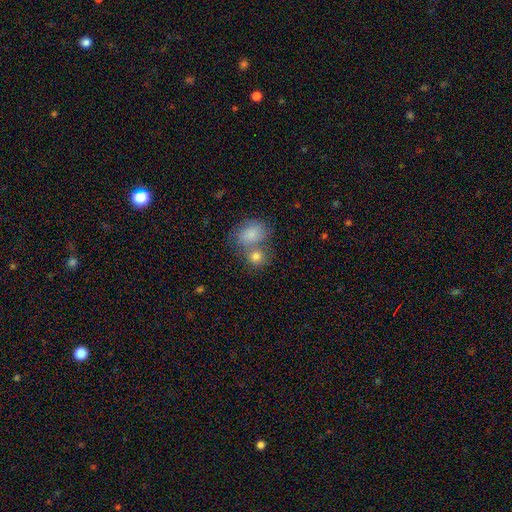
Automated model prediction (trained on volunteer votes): This is likely a smooth galaxy (77%). How rounded: likely round (62%). Merging: possibly merger (50%).